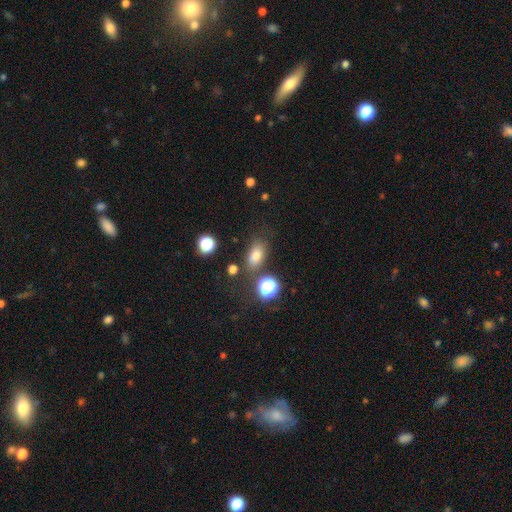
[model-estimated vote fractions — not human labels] Morphology: type=smooth (75%); roundness=in between (81%); merging=none (69%).